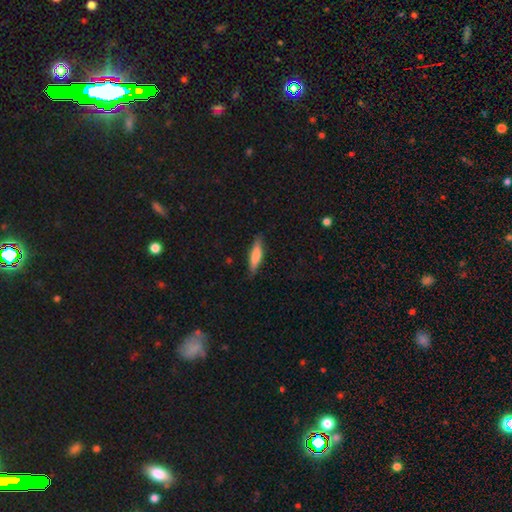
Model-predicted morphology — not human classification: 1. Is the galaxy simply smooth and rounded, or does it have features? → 70% smooth, 25% featured or disk, 6% star or artifact.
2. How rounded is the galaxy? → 73% cigar-shaped, 25% in between, 2% round.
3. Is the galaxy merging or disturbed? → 83% none, 13% minor disturbance, 2% major disturbance, 1% merger.